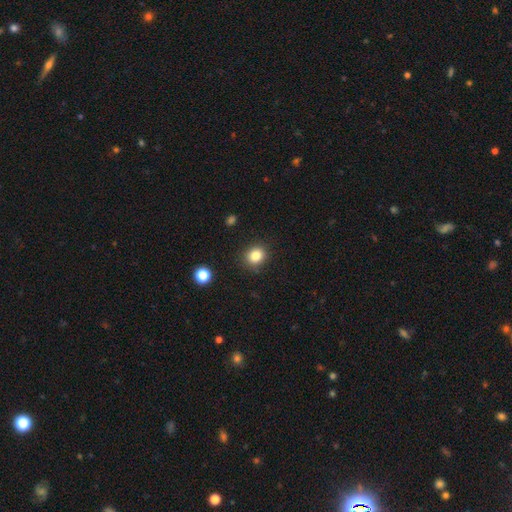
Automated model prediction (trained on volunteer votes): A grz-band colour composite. It shows a smooth galaxy with no disk features (83%) that is round (72%). Merging: none (88%).